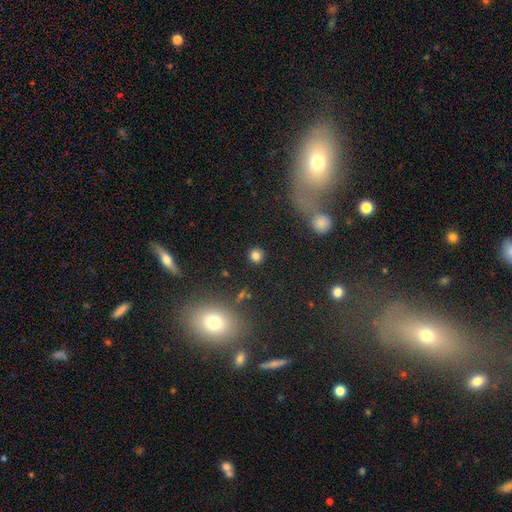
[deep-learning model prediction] smooth-or-featured: smooth: 80% | star or artifact: 14% | featured or disk: 6%
  how-rounded: round: 88% | in between: 11% | cigar-shaped: 1%
  merging: none: 88% | minor disturbance: 7% | merger: 3% | major disturbance: 2%